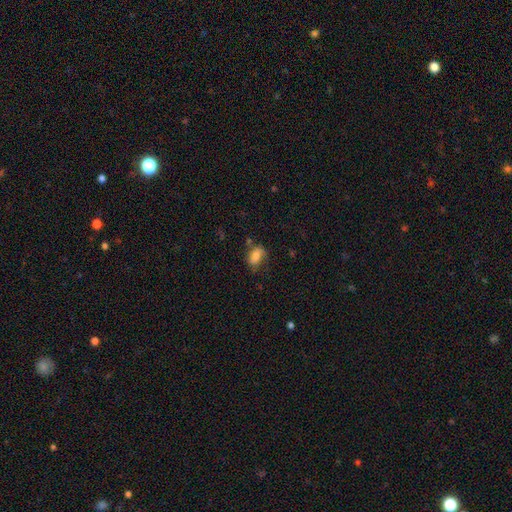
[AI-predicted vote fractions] Smooth or featured?
  - smooth: 72% *
  - featured or disk: 18%
  - star or artifact: 10%
How rounded?
  - in between: 80% *
  - round: 18%
  - cigar-shaped: 2%
Merging?
  - none: 52% *
  - minor disturbance: 29%
  - major disturbance: 13%
  - merger: 6%